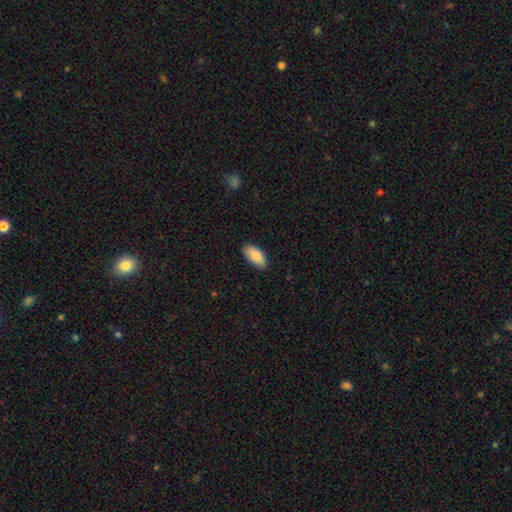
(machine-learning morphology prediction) Smooth or featured? Predicted: smooth (p=0.87). How rounded? Predicted: in between (p=0.93). Merging? Predicted: none (p=0.85).